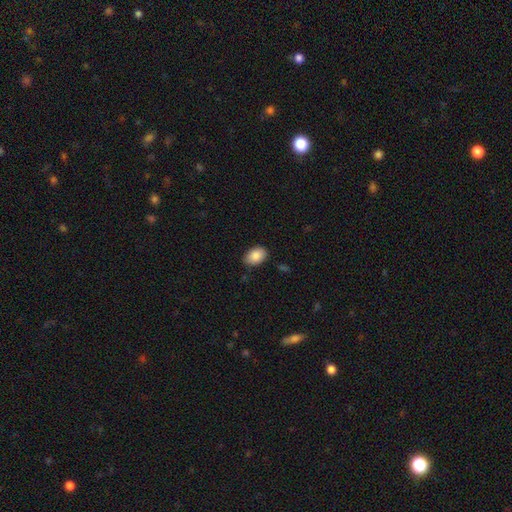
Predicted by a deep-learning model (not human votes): Q: Smooth or featured?
A: smooth (87%); runner-up: star or artifact (7%)
Q: How rounded?
A: in between (88%); runner-up: round (11%)
Q: Merging?
A: none (85%); runner-up: minor disturbance (11%)